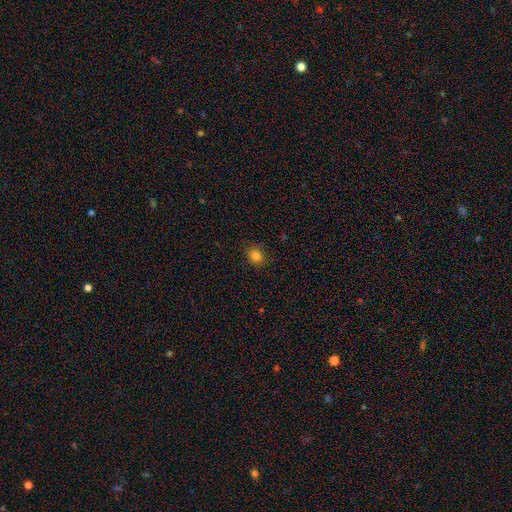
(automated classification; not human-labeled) smooth-or-featured: smooth: 81% | star or artifact: 13% | featured or disk: 6%
  how-rounded: round: 62% | in between: 37% | cigar-shaped: 1%
  merging: none: 88% | minor disturbance: 9% | major disturbance: 2% | merger: 1%